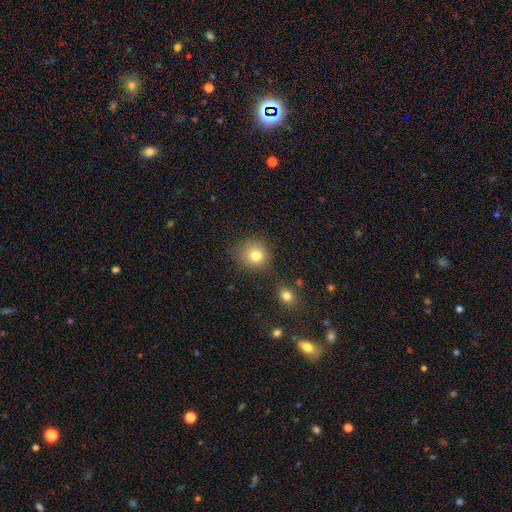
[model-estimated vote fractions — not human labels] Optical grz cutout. It shows a smooth galaxy with no disk features (80%) that is round (86%). Merging: none (78%).